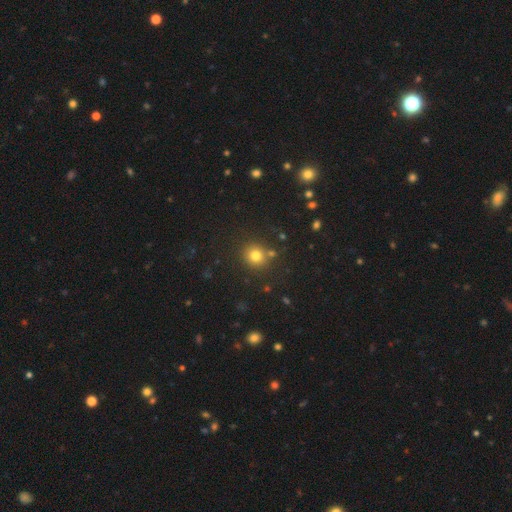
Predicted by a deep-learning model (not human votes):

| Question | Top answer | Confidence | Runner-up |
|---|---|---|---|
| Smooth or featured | smooth | 78% | star or artifact (15%) |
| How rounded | round | 90% | in between (9%) |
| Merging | none | 81% | minor disturbance (8%) |